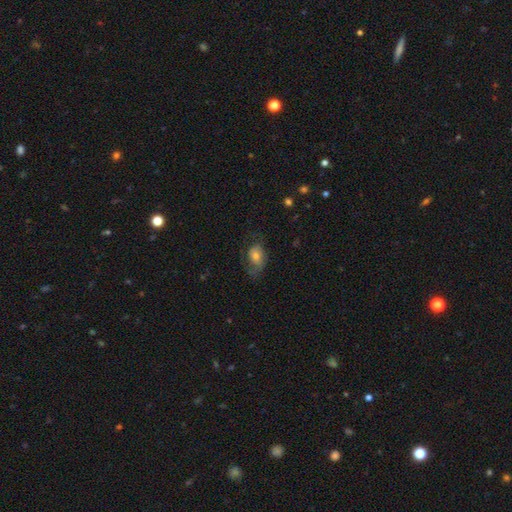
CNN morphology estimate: smooth-or-featured: smooth: 49% | featured or disk: 41% | star or artifact: 10%
  merging: none: 50% | minor disturbance: 25% | major disturbance: 24% | merger: 1%